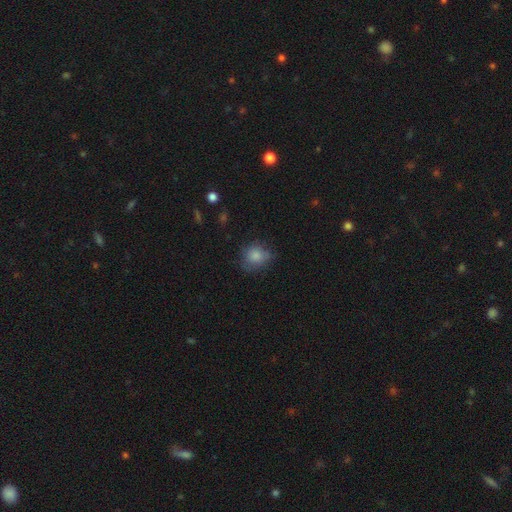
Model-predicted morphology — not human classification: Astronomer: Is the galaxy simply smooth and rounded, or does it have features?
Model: smooth — 82%.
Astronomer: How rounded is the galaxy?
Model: round — 78%.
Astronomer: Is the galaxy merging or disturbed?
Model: none — 64%.